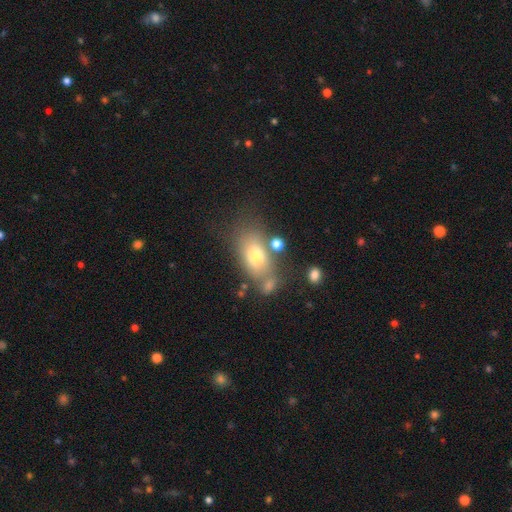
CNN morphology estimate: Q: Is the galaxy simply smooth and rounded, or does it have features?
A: smooth — 68%.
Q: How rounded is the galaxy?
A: in between — 84%.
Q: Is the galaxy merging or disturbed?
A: none — 57%.